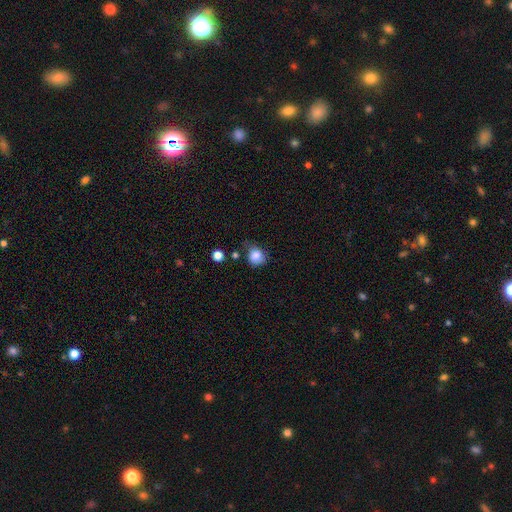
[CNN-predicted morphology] smooth-or-featured: smooth: 85% | star or artifact: 10% | featured or disk: 6%
  how-rounded: round: 80% | in between: 19% | cigar-shaped: 1%
  merging: none: 59% | minor disturbance: 28% | major disturbance: 8% | merger: 5%